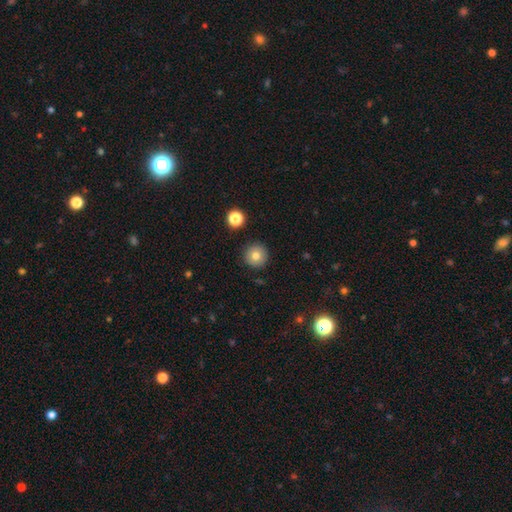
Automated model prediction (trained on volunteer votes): The model was most divided on "smooth or featured": smooth: 79%, star or artifact: 11%, featured or disk: 10%. More confident: how rounded — round (96%); merging — none (91%).